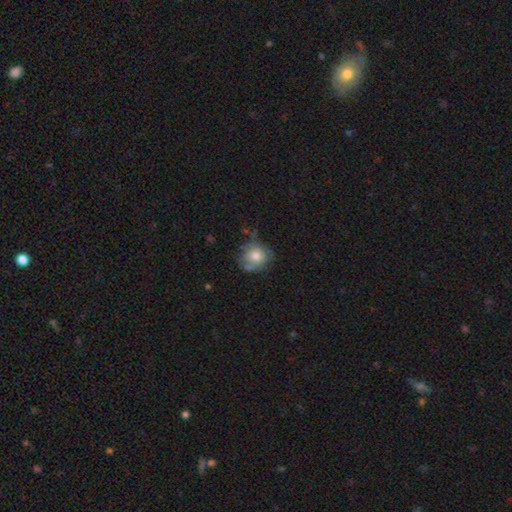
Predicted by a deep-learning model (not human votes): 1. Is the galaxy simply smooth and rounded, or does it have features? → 63% smooth, 28% featured or disk, 9% star or artifact.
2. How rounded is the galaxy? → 80% round, 19% in between, 1% cigar-shaped.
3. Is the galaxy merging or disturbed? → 56% none, 28% minor disturbance, 10% major disturbance, 6% merger.